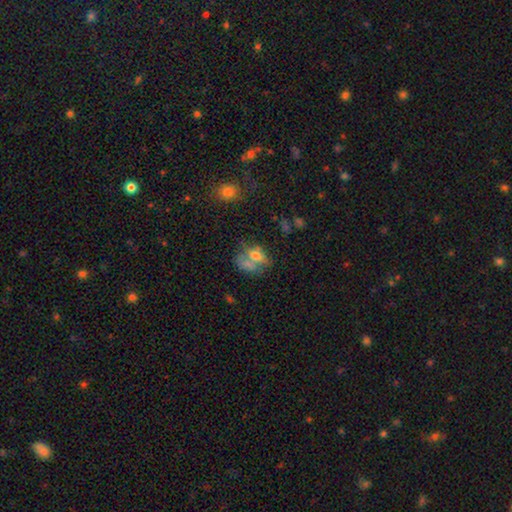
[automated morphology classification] A smooth galaxy with no disk features (59%) that is in between round and cigar-shaped (67%). Merging: merger (40%).